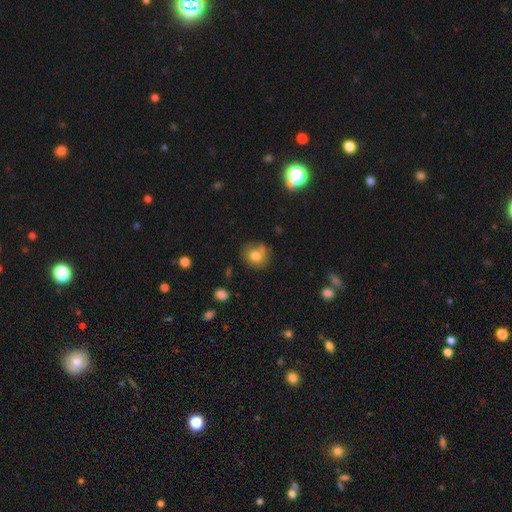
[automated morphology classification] The model was most divided on "merging": none: 61%, minor disturbance: 21%, merger: 11%, major disturbance: 7%. More confident: smooth or featured — smooth (75%); how rounded — round (72%).